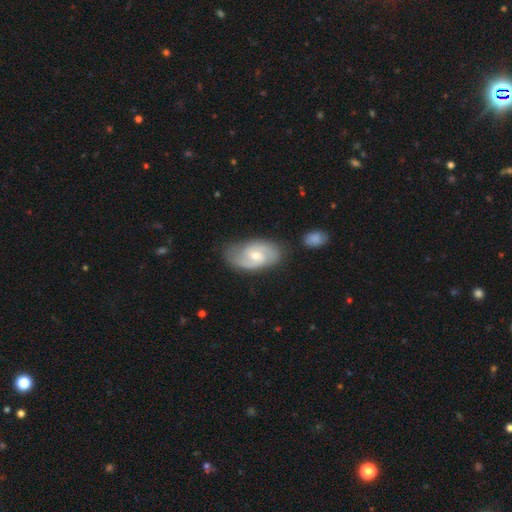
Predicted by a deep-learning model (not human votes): smooth_or_featured: featured or disk (p=0.82) [alt: smooth p=0.13]
disk_edge_on: no (p=0.96) [alt: yes p=0.04]
bar: weak (p=0.51) [alt: no p=0.40]
has_spiral_arms: yes (p=0.96) [alt: no p=0.04]
spiral_winding: medium (p=0.52) [alt: tight p=0.33]
spiral_arm_count: 2 (p=0.87) [alt: can't tell p=0.06]
bulge_size: moderate (p=0.57) [alt: small p=0.38]
merging: none (p=0.77) [alt: minor disturbance p=0.16]